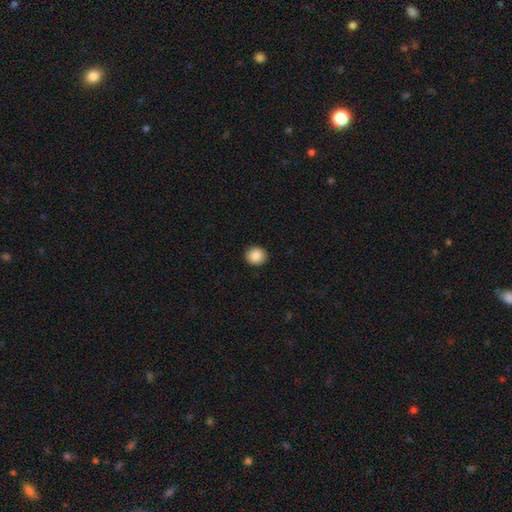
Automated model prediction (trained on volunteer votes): Overall: smooth (88%). How rounded: round (88%). Merging: none (92%).